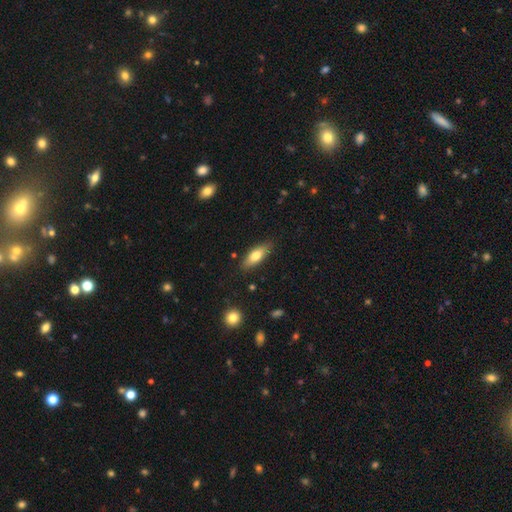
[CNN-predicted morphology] Smooth or featured? smooth (73%)
How rounded? in between (68%)
Merging? none (84%)